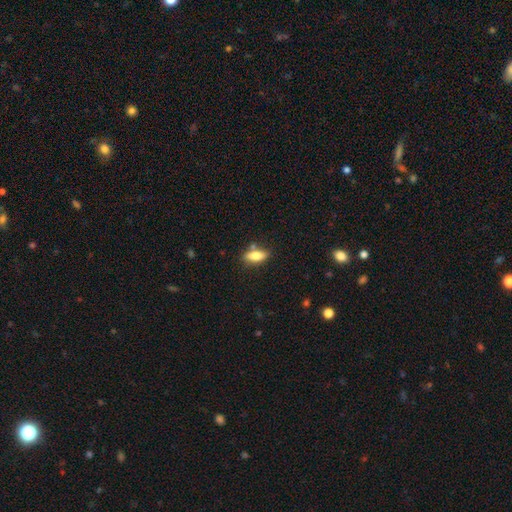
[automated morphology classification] smooth 76%, featured or disk 16%, star or artifact 8%. Down the decision tree: how rounded — in between (74%); merging — none (71%).